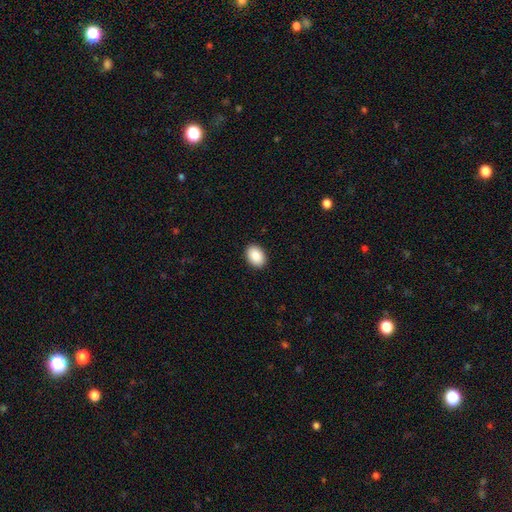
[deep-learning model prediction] smooth_or_featured: smooth (p=0.89) [alt: star or artifact p=0.07]
how_rounded: in between (p=0.79) [alt: round p=0.20]
merging: none (p=0.91) [alt: minor disturbance p=0.06]